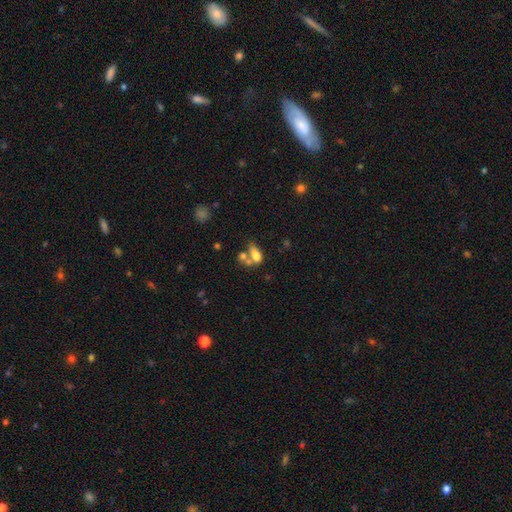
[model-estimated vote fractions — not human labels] Smooth or featured? Predicted: smooth (p=0.69). How rounded? Predicted: in between (p=0.81). Merging? Predicted: merger (p=0.48).